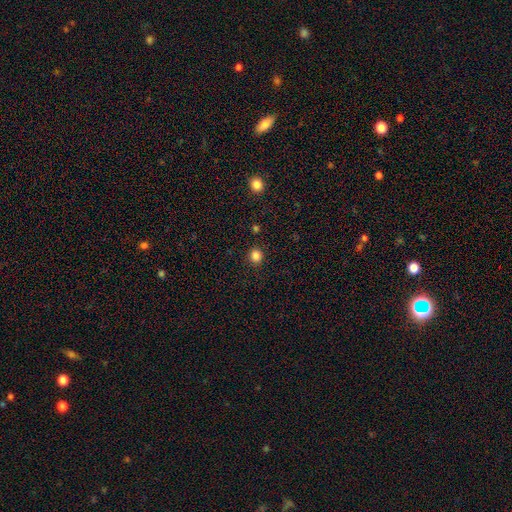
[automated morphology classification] type=smooth (84%); roundness=round (86%); merging=none (90%).